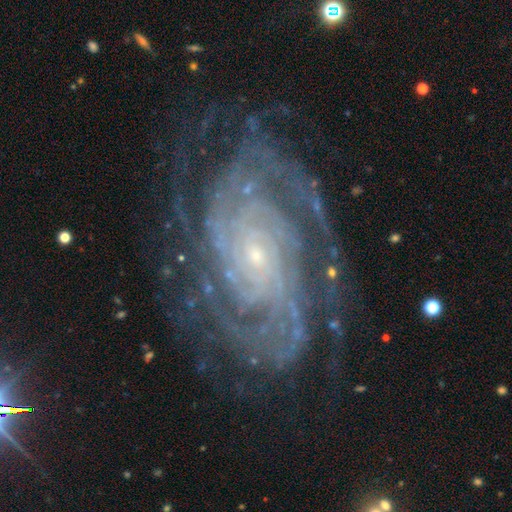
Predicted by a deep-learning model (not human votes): Q: Smooth or featured?
A: featured or disk (90%); runner-up: star or artifact (6%)
Q: Edge-on disk?
A: no (96%); runner-up: yes (4%)
Q: Bar?
A: no (70%); runner-up: weak (21%)
Q: Spiral arms?
A: yes (98%); runner-up: no (2%)
Q: Spiral winding?
A: tight (73%); runner-up: medium (23%)
Q: Spiral arm count?
A: can't tell (24%); runner-up: 2 (18%)
Q: Bulge size?
A: small (87%); runner-up: moderate (8%)
Q: Merging?
A: none (74%); runner-up: minor disturbance (17%)